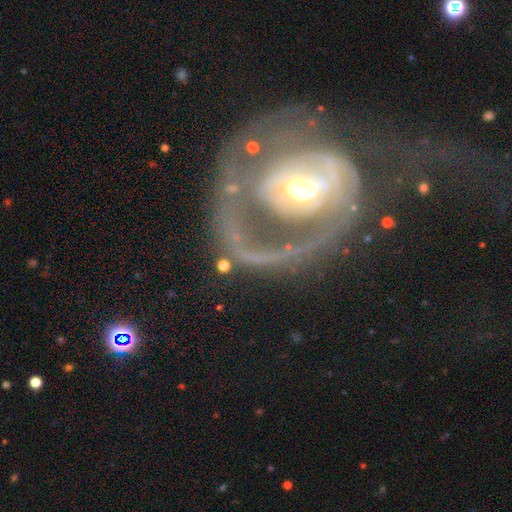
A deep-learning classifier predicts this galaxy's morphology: featured or disk 80%, smooth 13%, star or artifact 7%. Down the decision tree: edge-on disk — no (96%); bar — no (41%); spiral arms — yes (71%); spiral arm count — 1 (37%); spiral winding — tight (43%); bulge size — moderate (54%); merging — major disturbance (42%).